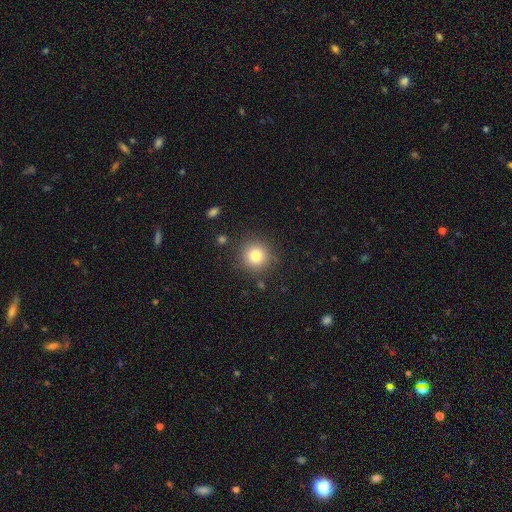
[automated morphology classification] smooth_or_featured: smooth (p=0.80) [alt: star or artifact p=0.12]
how_rounded: round (p=0.94) [alt: in between p=0.05]
merging: none (p=0.87) [alt: minor disturbance p=0.08]